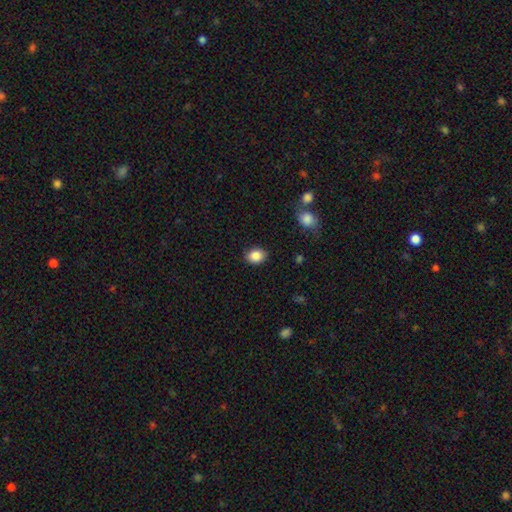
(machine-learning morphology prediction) smooth 87%, star or artifact 9%, featured or disk 4%. Down the decision tree: how rounded — in between (61%); merging — none (86%).